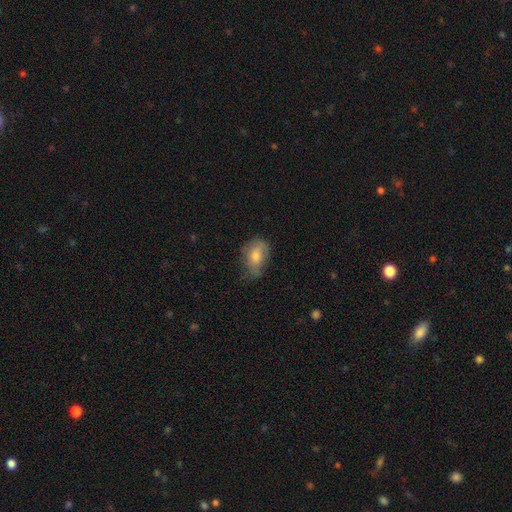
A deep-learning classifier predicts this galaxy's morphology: smooth 62%, featured or disk 29%, star or artifact 9%. Down the decision tree: how rounded — in between (79%); merging — none (50%).